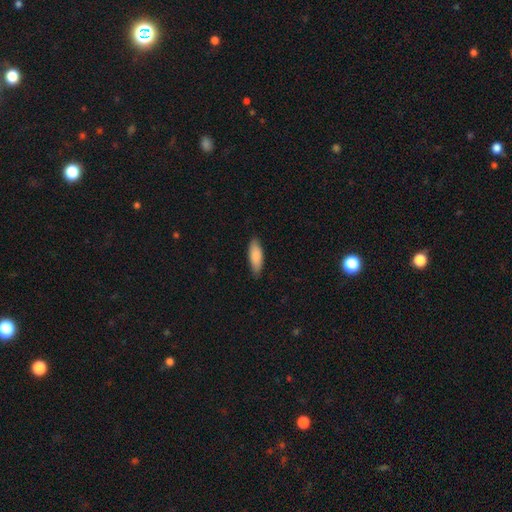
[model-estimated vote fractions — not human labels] smooth-or-featured: smooth: 86% | featured or disk: 8% | star or artifact: 5%
  how-rounded: in between: 63% | cigar-shaped: 35% | round: 2%
  merging: none: 84% | minor disturbance: 13% | major disturbance: 2% | merger: 1%